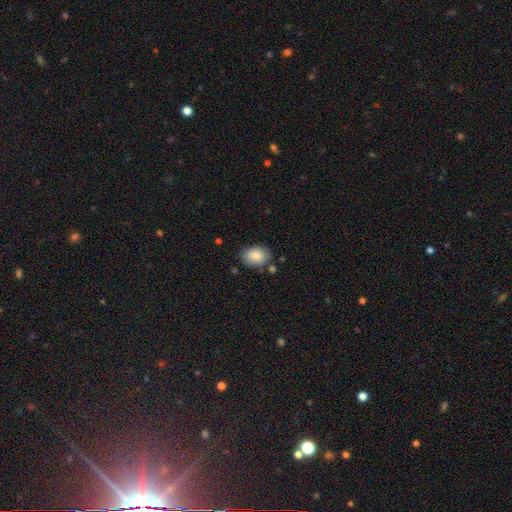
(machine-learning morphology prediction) Smooth or featured? Predicted: smooth (p=0.84). How rounded? Predicted: in between (p=0.69). Merging? Predicted: none (p=0.75).